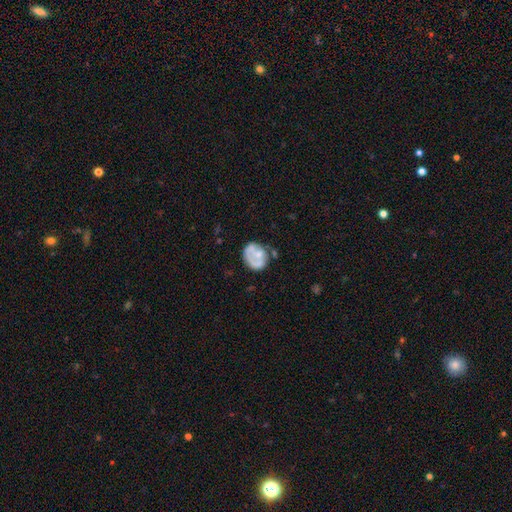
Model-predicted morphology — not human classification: smooth-or-featured: smooth: 49% | featured or disk: 45% | star or artifact: 7%
  merging: none: 47% | minor disturbance: 27% | major disturbance: 16% | merger: 11%